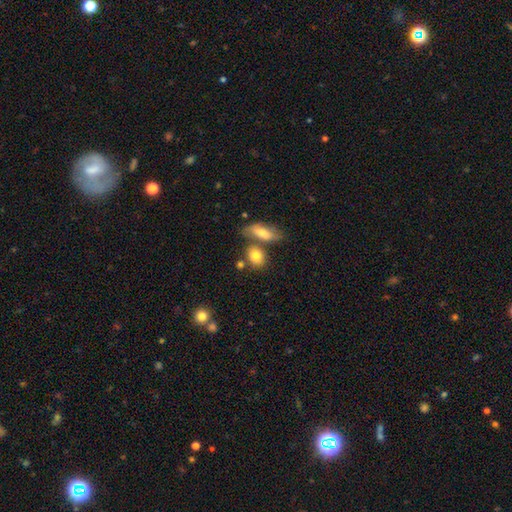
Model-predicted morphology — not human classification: A smooth galaxy with no disk features (81%) that is in between round and cigar-shaped (57%).

Vote fractions:
- Smooth or featured? smooth: 81% / featured or disk: 11% / star or artifact: 8%
- How rounded? in between: 57% / round: 39% / cigar-shaped: 4%
- Merging? none: 55% / merger: 28% / minor disturbance: 12% / major disturbance: 4%